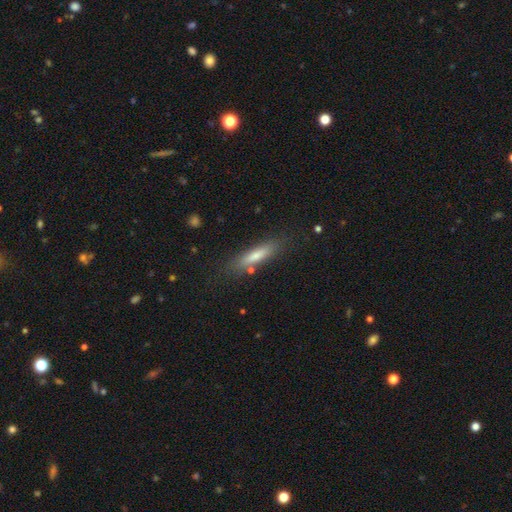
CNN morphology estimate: Overall: smooth (64%; featured or disk 28%). How rounded: cigar-shaped (80%). Merging: none (81%).